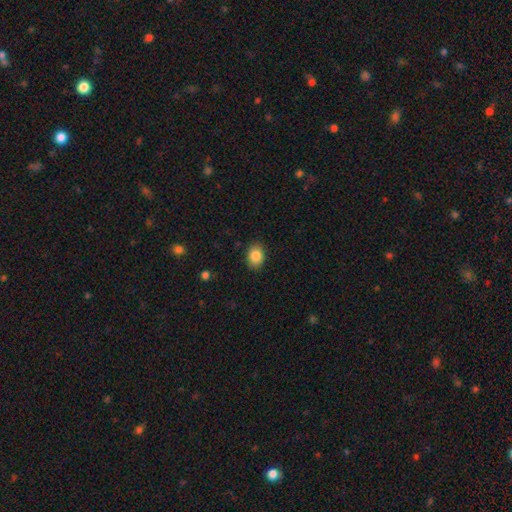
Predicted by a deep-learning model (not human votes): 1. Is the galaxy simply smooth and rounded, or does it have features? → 85% smooth, 8% star or artifact, 6% featured or disk.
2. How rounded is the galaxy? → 69% in between, 30% round, 1% cigar-shaped.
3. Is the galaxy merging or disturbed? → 87% none, 10% minor disturbance, 2% major disturbance, 1% merger.